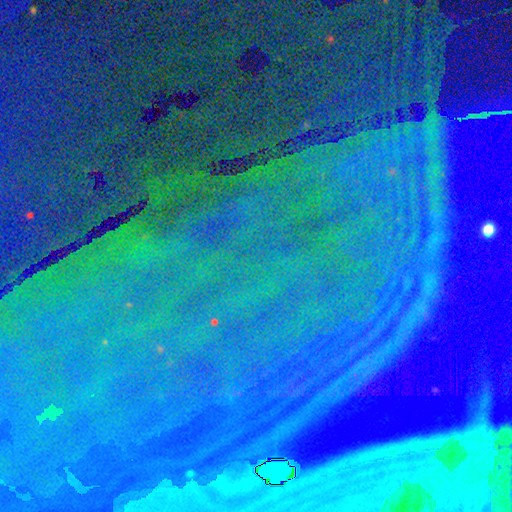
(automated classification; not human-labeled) A star or artifact, not a galaxy (86%).

Vote fractions:
- Smooth or featured? star or artifact: 86% / featured or disk: 7% / smooth: 7%